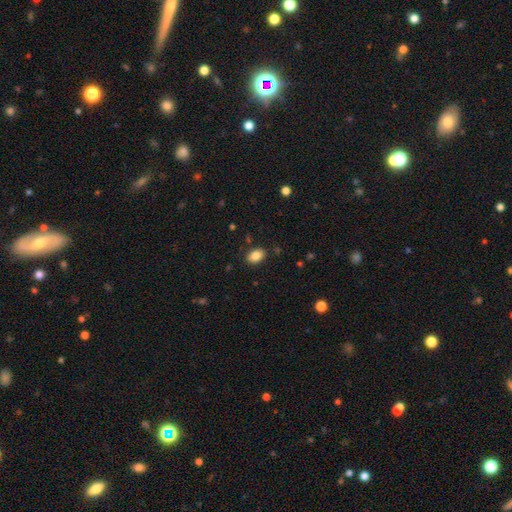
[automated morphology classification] Smooth or featured?
  - smooth: 86% *
  - star or artifact: 8%
  - featured or disk: 6%
How rounded?
  - in between: 86% *
  - round: 13%
  - cigar-shaped: 1%
Merging?
  - none: 87% *
  - minor disturbance: 9%
  - major disturbance: 2%
  - merger: 2%